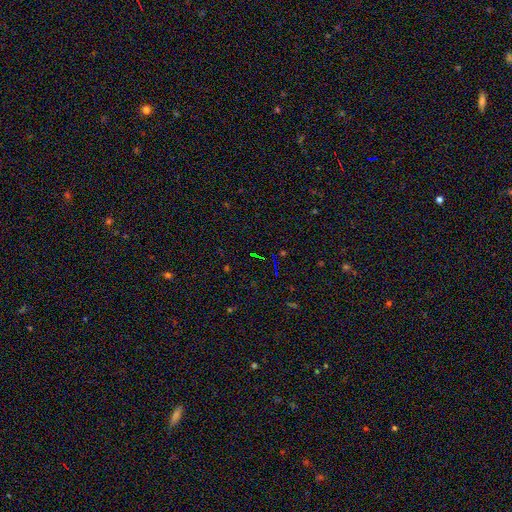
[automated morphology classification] Overall: star or artifact (73%).